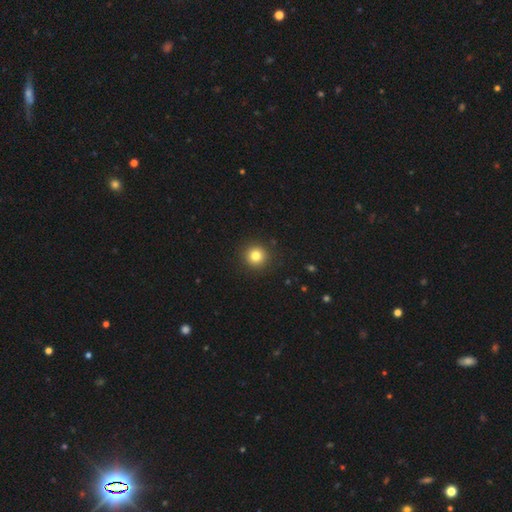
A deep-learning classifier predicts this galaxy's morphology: A smooth galaxy with no disk features (81%) that is round (95%). Merging: none (92%).